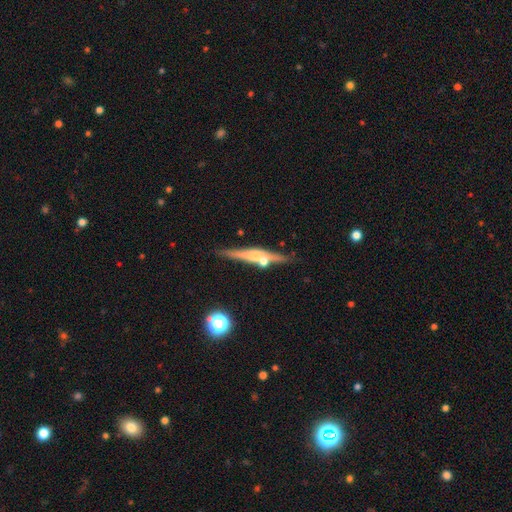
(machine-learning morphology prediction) This appears to be a featured or disk galaxy (65%) viewed edge-on (95%) with a rounded central bulge (82%). Merging: none (73%).